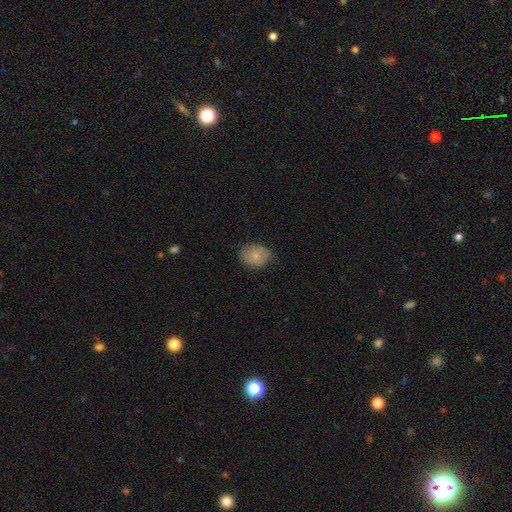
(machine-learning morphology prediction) The model was most divided on "how rounded": round: 50%, in between: 49%, cigar-shaped: 1%. More confident: smooth or featured — smooth (81%); merging — none (76%).